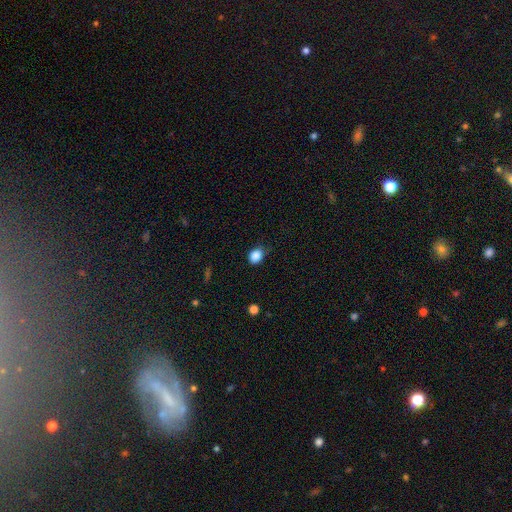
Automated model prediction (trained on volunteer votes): Smooth or featured: smooth — 87% (star or artifact — 9%)
How rounded: in between — 50% (round — 49%)
Merging: none — 72% (minor disturbance — 22%)